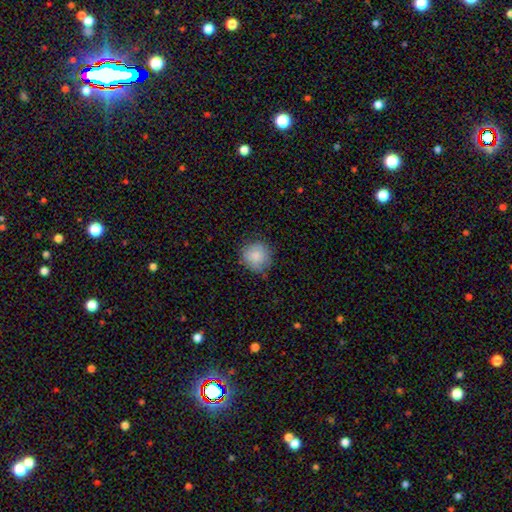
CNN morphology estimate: smooth_or_featured: smooth (p=0.84) [alt: featured or disk p=0.08]
how_rounded: round (p=0.91) [alt: in between p=0.08]
merging: none (p=0.74) [alt: minor disturbance p=0.21]